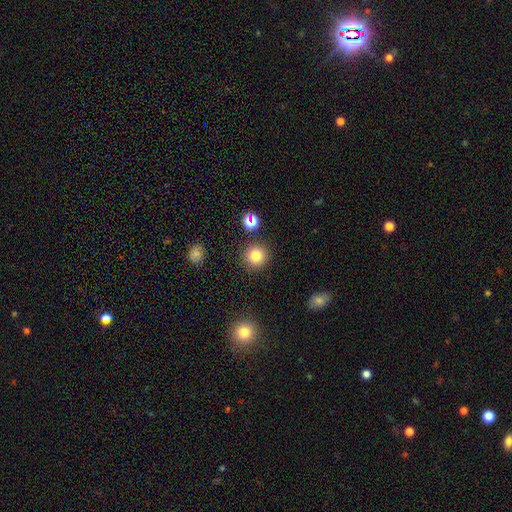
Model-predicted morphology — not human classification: smooth-or-featured: smooth: 80% | star or artifact: 14% | featured or disk: 7%
  how-rounded: round: 93% | in between: 6% | cigar-shaped: 1%
  merging: none: 88% | minor disturbance: 6% | merger: 3% | major disturbance: 3%